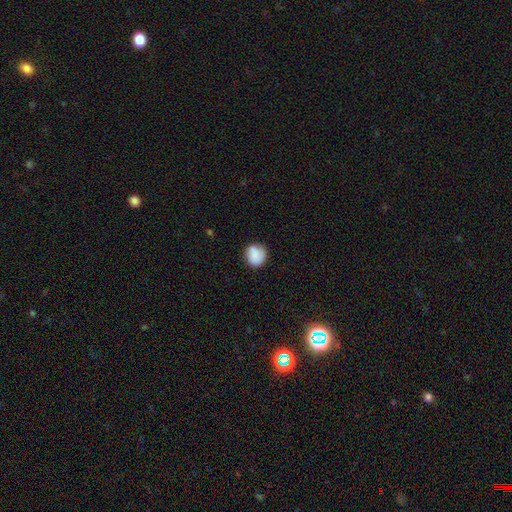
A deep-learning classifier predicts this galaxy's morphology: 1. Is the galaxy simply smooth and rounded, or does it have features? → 85% smooth, 8% star or artifact, 7% featured or disk.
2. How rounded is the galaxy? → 84% round, 15% in between, 1% cigar-shaped.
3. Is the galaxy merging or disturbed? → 78% none, 17% minor disturbance, 4% major disturbance, 2% merger.